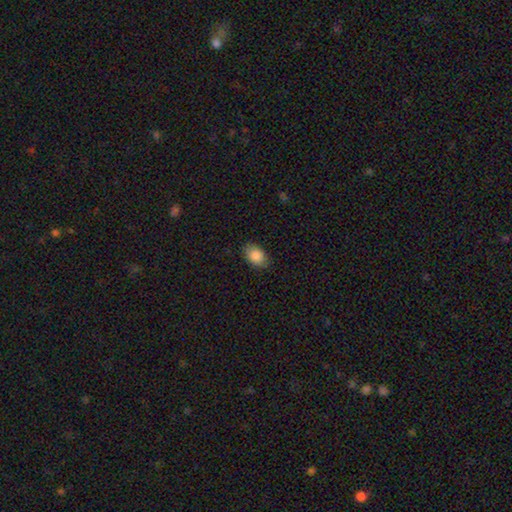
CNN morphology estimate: Overall: smooth (87%). How rounded: in between (84%). Merging: none (84%).